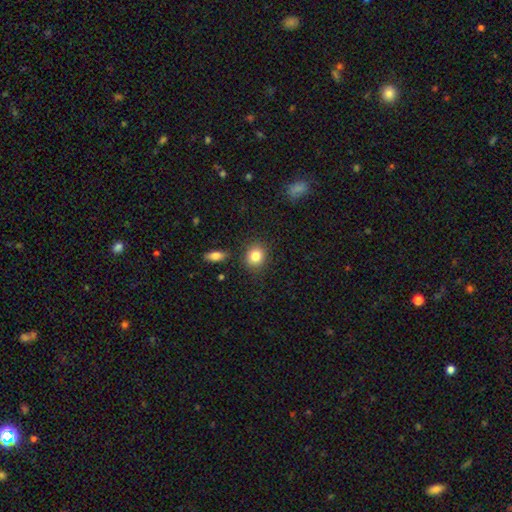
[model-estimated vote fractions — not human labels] The model was most divided on "how rounded": round: 69%, in between: 30%, cigar-shaped: 1%. More confident: merging — none (86%); smooth or featured — smooth (84%).